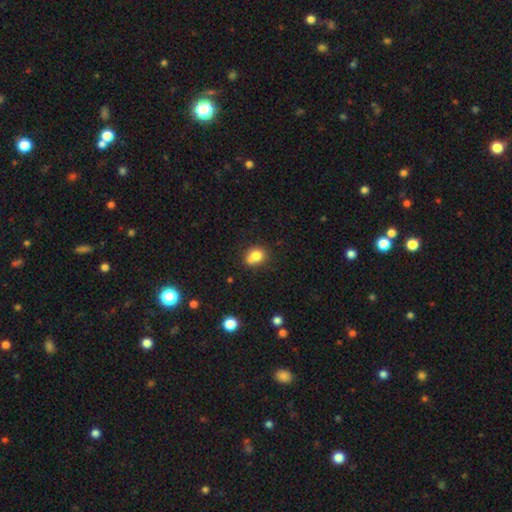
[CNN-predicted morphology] type=smooth (78%); roundness=round (61%); merging=none (54%).